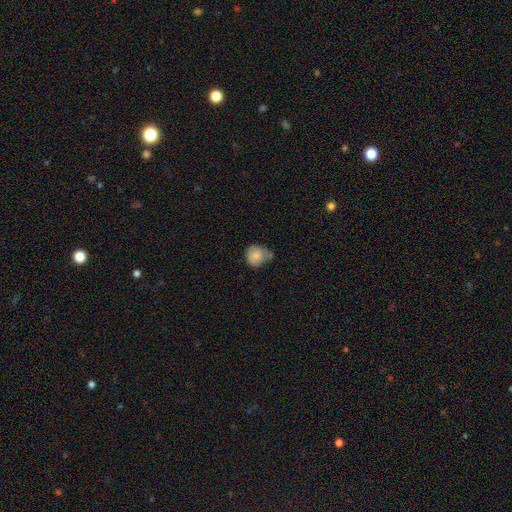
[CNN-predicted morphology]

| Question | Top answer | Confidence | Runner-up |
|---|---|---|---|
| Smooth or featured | smooth | 79% | featured or disk (13%) |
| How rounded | round | 78% | in between (21%) |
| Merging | none | 43% | minor disturbance (37%) |